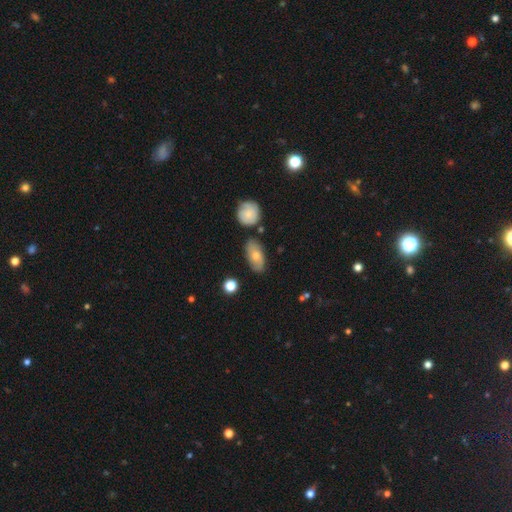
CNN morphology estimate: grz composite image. It shows a smooth galaxy with no disk features (65%) that is in between round and cigar-shaped (88%). Merging: none (75%).